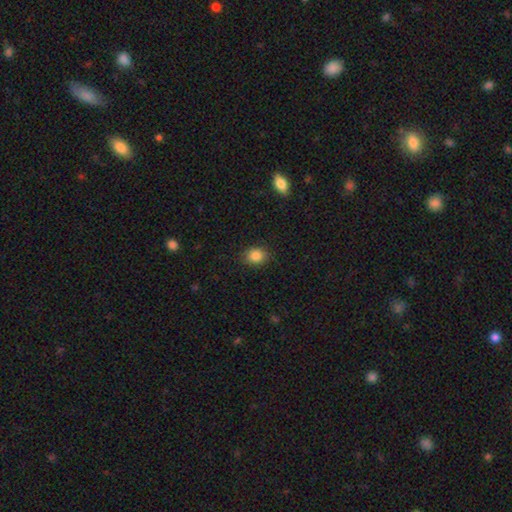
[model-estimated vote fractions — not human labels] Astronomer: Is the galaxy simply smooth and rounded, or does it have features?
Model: smooth — 85%.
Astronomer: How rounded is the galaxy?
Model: round — 52% (runner-up: in between, 47%).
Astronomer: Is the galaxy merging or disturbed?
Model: none — 86%.